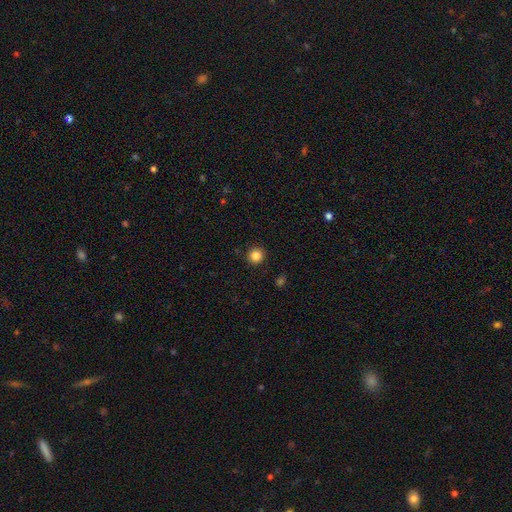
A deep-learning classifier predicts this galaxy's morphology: Smooth or featured? smooth (85%)
How rounded? round (94%)
Merging? none (92%)